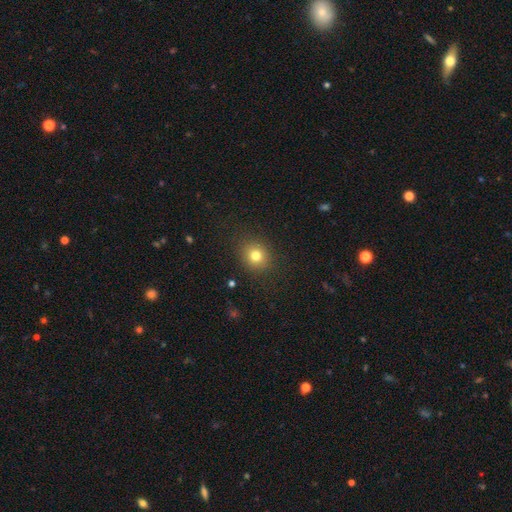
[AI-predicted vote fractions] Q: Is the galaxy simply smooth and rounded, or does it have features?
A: smooth — 78%.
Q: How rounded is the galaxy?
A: round — 75%.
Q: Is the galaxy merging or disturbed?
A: none — 88%.